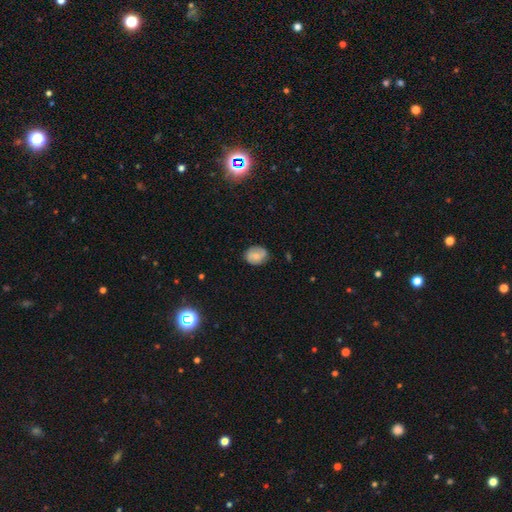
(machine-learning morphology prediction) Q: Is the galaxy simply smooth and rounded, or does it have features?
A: smooth — 65%.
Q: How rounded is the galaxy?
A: round — 55%.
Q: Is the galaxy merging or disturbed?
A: none — 76%.